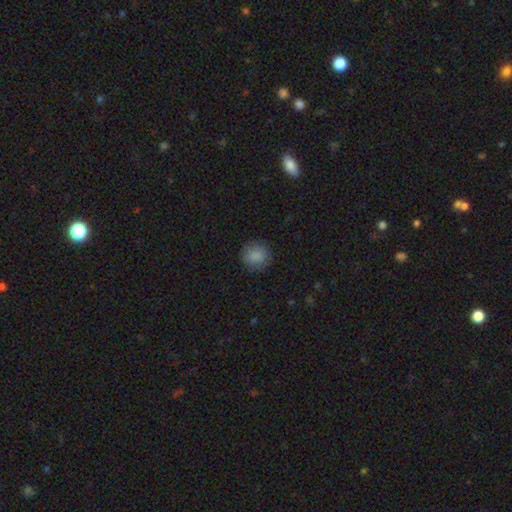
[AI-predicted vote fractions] smooth 87%, star or artifact 8%, featured or disk 5%. Down the decision tree: how rounded — round (91%); merging — none (87%).